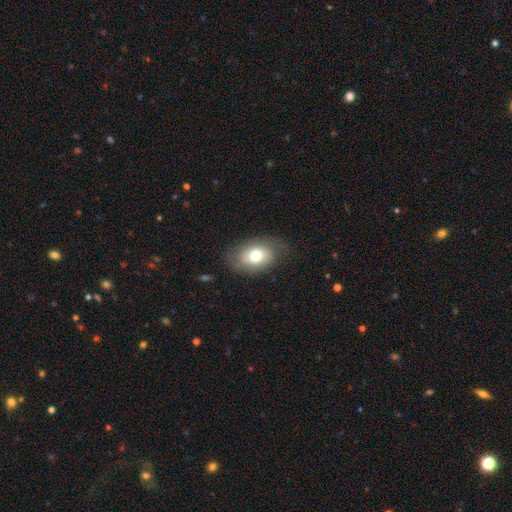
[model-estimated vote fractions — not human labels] This appears to be a smooth galaxy with no disk features (71%) that is in between round and cigar-shaped (81%). Merging: none (73%).